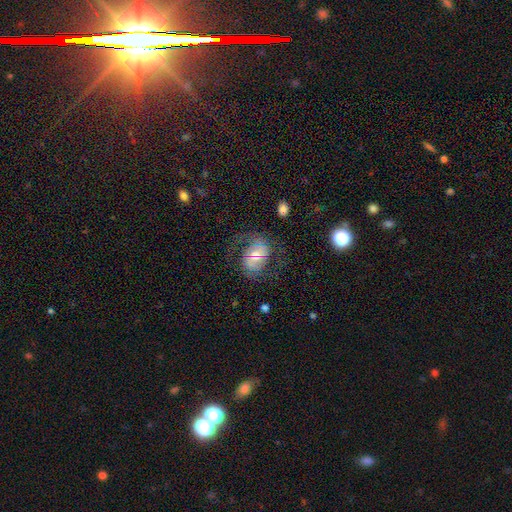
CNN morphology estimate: smooth_or_featured: featured or disk (p=0.68) [alt: smooth p=0.23]
disk_edge_on: no (p=0.96) [alt: yes p=0.04]
bar: weak (p=0.46) [alt: no p=0.38]
has_spiral_arms: yes (p=0.85) [alt: no p=0.15]
spiral_winding: medium (p=0.47) [alt: loose p=0.32]
spiral_arm_count: 2 (p=0.79) [alt: can't tell p=0.11]
bulge_size: moderate (p=0.60) [alt: small p=0.30]
merging: none (p=0.60) [alt: major disturbance p=0.20]